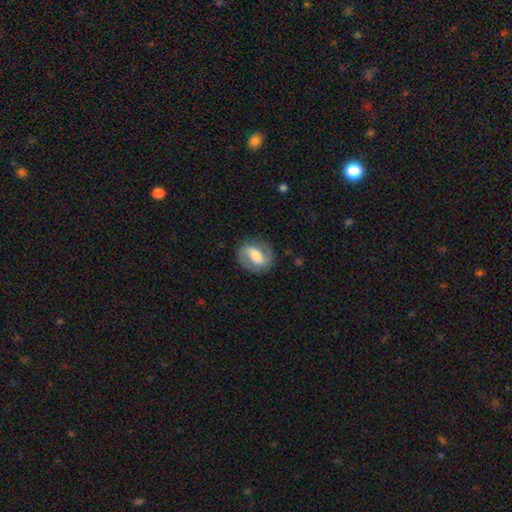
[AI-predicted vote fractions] Q: Smooth or featured?
A: featured or disk (71%); runner-up: smooth (22%)
Q: Edge-on disk?
A: no (96%); runner-up: yes (4%)
Q: Bar?
A: strong (40%); runner-up: weak (39%)
Q: Spiral arms?
A: yes (87%); runner-up: no (13%)
Q: Spiral winding?
A: medium (44%); runner-up: loose (35%)
Q: Spiral arm count?
A: 2 (89%); runner-up: can't tell (5%)
Q: Bulge size?
A: moderate (57%); runner-up: small (20%)
Q: Merging?
A: none (82%); runner-up: minor disturbance (12%)